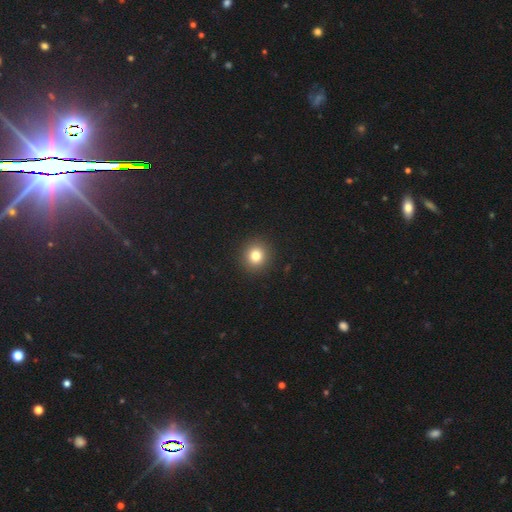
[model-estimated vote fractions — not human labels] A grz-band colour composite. It shows a smooth galaxy with no disk features (81%) that is round (88%). Merging: none (93%).